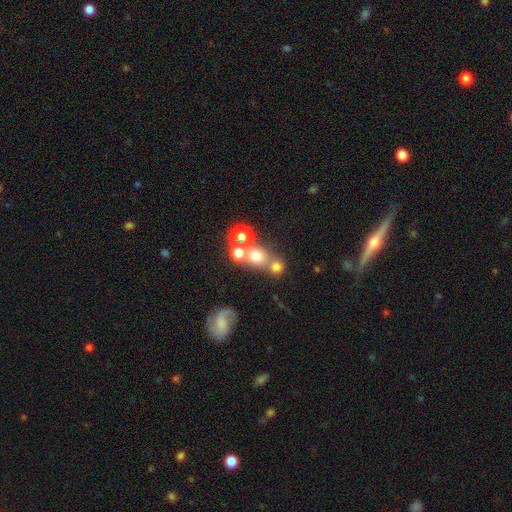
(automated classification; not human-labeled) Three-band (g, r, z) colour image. It shows a smooth galaxy with no disk features (62%) that is round (79%). Merging: none (48%).